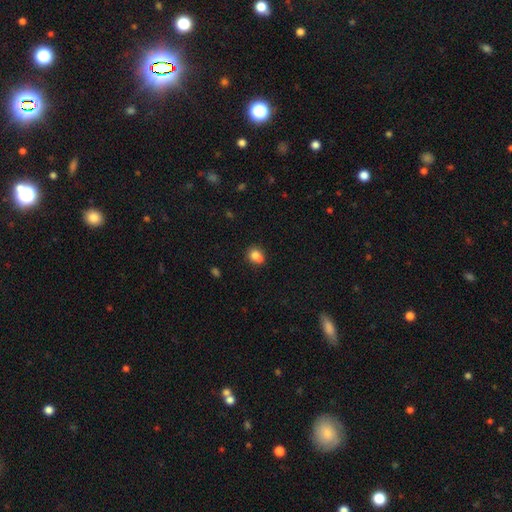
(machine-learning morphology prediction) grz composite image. It shows a smooth galaxy with no disk features (78%) that is round (70%). Merging: none (46%).